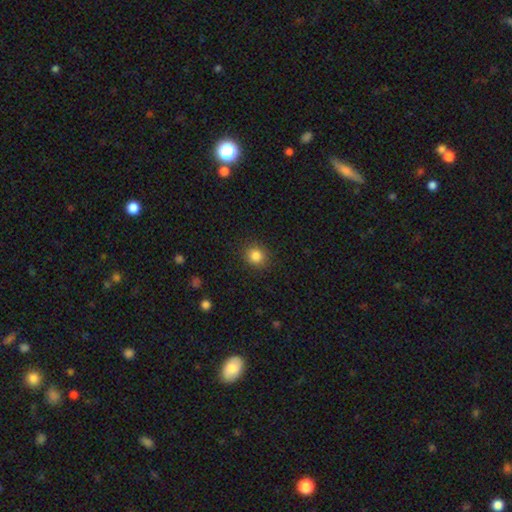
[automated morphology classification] The model was most divided on "how rounded": round: 86%, in between: 13%, cigar-shaped: 1%. More confident: merging — none (90%); smooth or featured — smooth (84%).